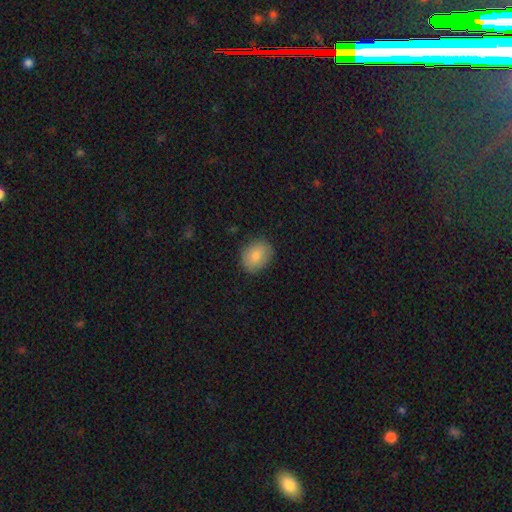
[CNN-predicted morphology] Smooth or featured? smooth (83%)
How rounded? in between (51%)
Merging? none (83%)